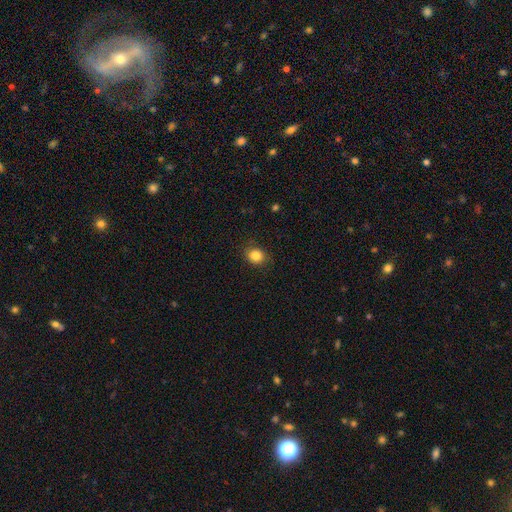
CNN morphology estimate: This appears to be a smooth galaxy with no disk features (85%) that is round (62%). Merging: none (84%).